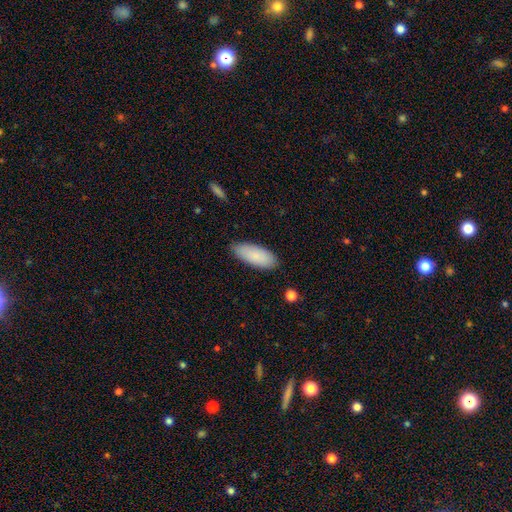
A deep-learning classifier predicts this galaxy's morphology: Smooth or featured? Predicted: smooth (p=0.86). How rounded? Predicted: in between (p=0.81). Merging? Predicted: none (p=0.84).